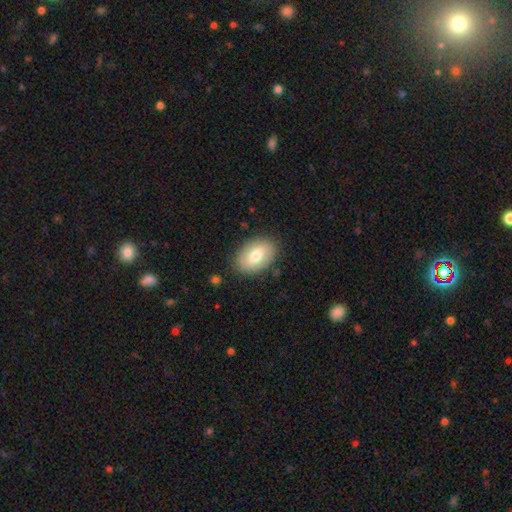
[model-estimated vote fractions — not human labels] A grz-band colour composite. It shows a smooth galaxy with no disk features (72%) that is in between round and cigar-shaped (90%). Merging: none (85%).